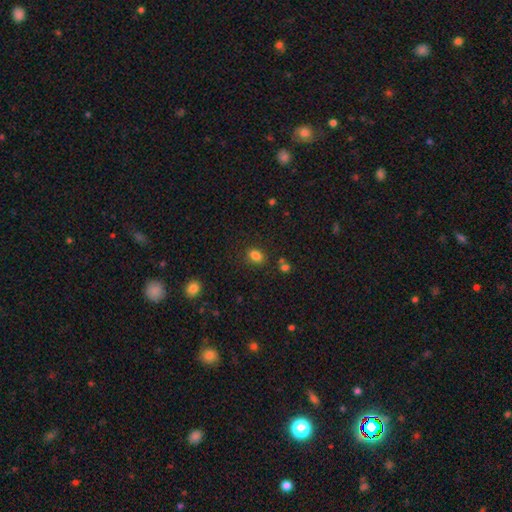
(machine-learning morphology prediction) smooth 83%, star or artifact 12%, featured or disk 5%. Down the decision tree: how rounded — in between (74%); merging — none (79%).